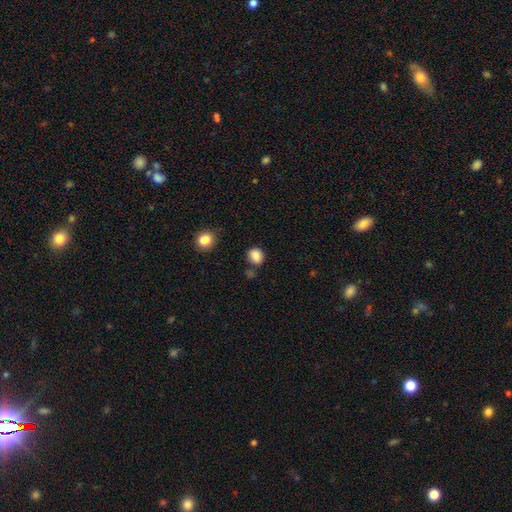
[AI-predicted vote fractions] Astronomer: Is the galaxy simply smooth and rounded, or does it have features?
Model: smooth — 86%.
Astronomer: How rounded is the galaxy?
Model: round — 63%.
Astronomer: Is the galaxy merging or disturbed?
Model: none — 74%.